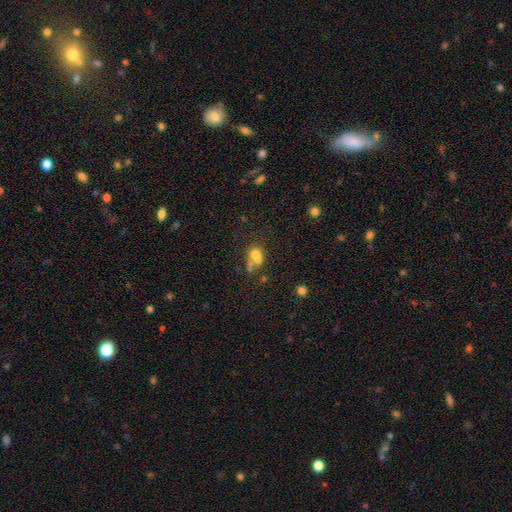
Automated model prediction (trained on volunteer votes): Overall: smooth (66%). How rounded: in between (53%; round 44%). Merging: merger (45%; none 29%).